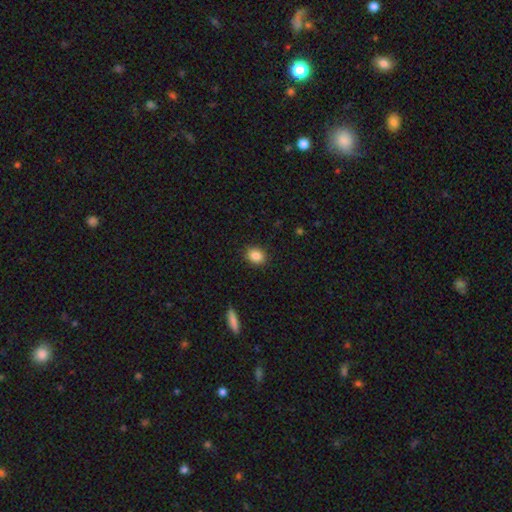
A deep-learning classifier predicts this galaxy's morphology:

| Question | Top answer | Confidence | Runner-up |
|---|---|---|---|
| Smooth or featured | smooth | 86% | star or artifact (9%) |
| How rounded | round | 53% | in between (46%) |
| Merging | none | 89% | minor disturbance (8%) |